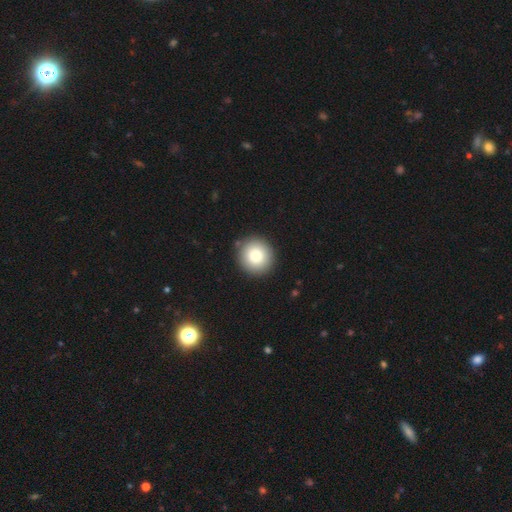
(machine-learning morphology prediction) Smooth or featured? Predicted: smooth (p=0.79). How rounded? Predicted: round (p=0.94). Merging? Predicted: none (p=0.89).